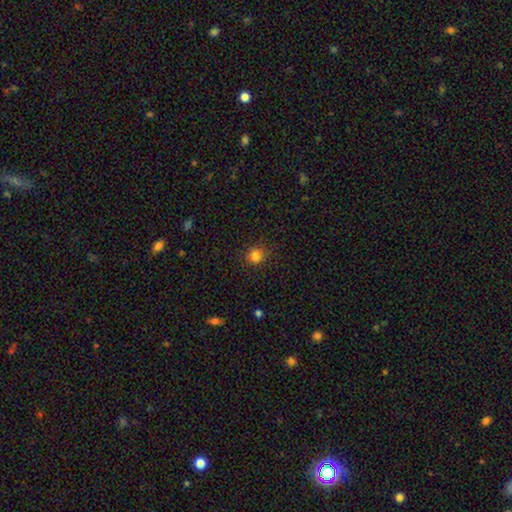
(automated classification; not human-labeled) The model was most divided on "smooth or featured": smooth: 82%, star or artifact: 14%, featured or disk: 4%. More confident: how rounded — round (84%); merging — none (84%).